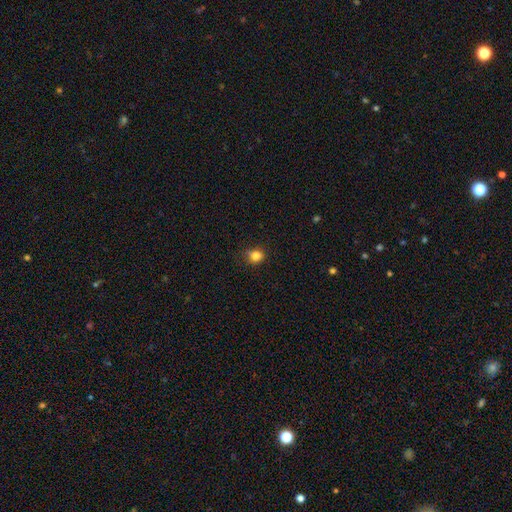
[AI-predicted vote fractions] A smooth galaxy with no disk features (83%) that is round (69%).

Vote fractions:
- Smooth or featured? smooth: 83% / star or artifact: 12% / featured or disk: 5%
- How rounded? round: 69% / in between: 30% / cigar-shaped: 1%
- Merging? none: 71% / minor disturbance: 22% / major disturbance: 5% / merger: 2%